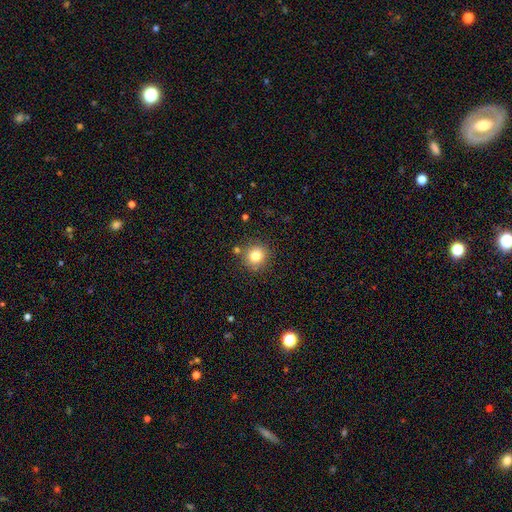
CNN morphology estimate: Smooth or featured?
  - smooth: 80% *
  - star or artifact: 12%
  - featured or disk: 8%
How rounded?
  - round: 92% *
  - in between: 7%
  - cigar-shaped: 1%
Merging?
  - none: 84% *
  - minor disturbance: 8%
  - merger: 5%
  - major disturbance: 3%